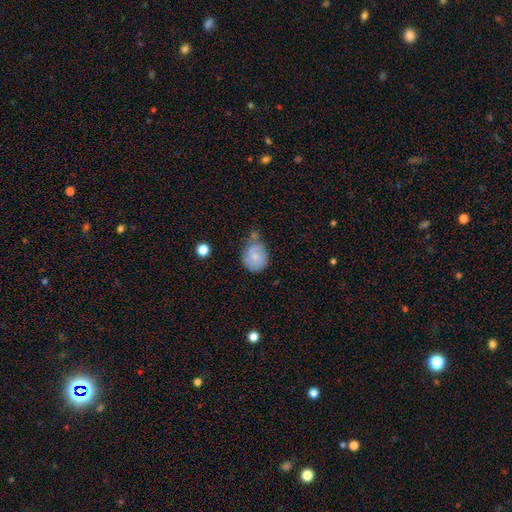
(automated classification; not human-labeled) The model was most divided on "merging": none: 41%, minor disturbance: 33%, merger: 14%, major disturbance: 12%. More confident: smooth or featured — smooth (62%); how rounded — round (61%).